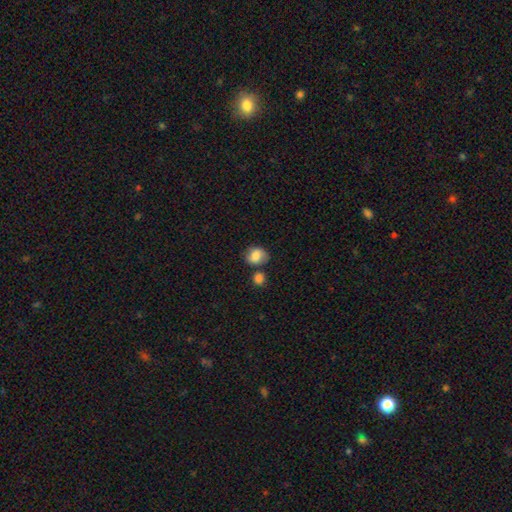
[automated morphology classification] A smooth galaxy with no disk features (79%) that is round (50%). Merging: none (62%).